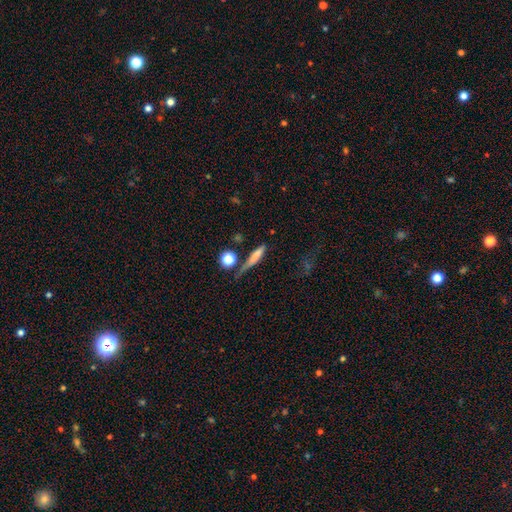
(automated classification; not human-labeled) Smooth or featured: smooth — 67% (featured or disk — 22%)
How rounded: cigar-shaped — 78% (in between — 15%)
Merging: none — 59% (minor disturbance — 21%)